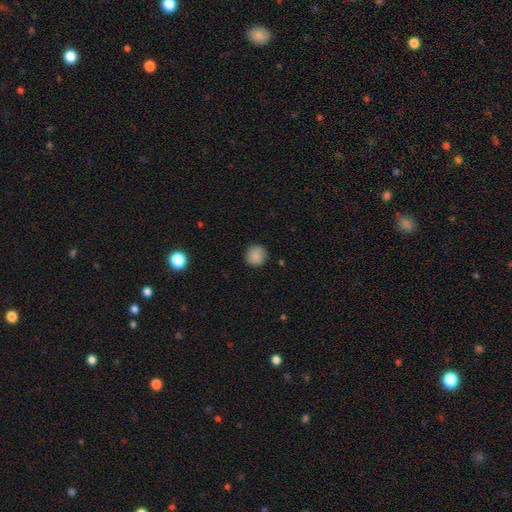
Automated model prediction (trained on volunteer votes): Smooth or featured? Predicted: smooth (p=0.86). How rounded? Predicted: round (p=0.93). Merging? Predicted: none (p=0.87).